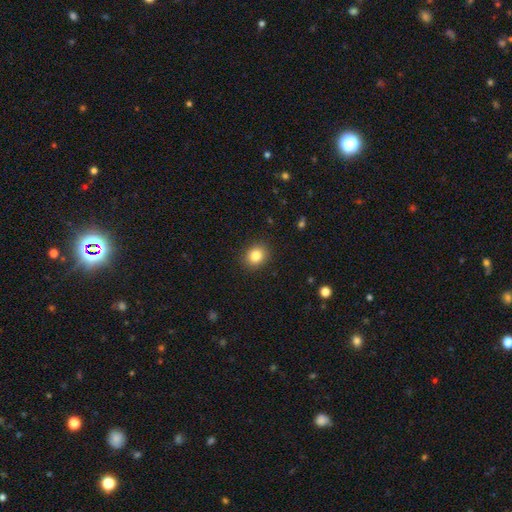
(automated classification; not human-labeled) Smooth or featured? Predicted: smooth (p=0.83). How rounded? Predicted: round (p=0.71). Merging? Predicted: none (p=0.90).